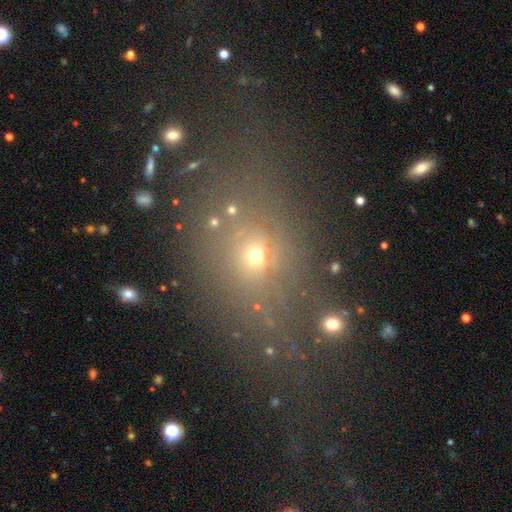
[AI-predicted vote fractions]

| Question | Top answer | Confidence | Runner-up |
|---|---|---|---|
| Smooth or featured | smooth | 52% | star or artifact (28%) |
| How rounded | round | 51% | in between (45%) |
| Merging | none | 62% | minor disturbance (16%) |